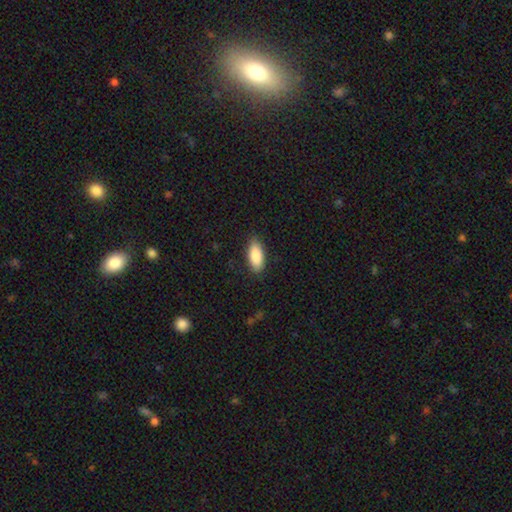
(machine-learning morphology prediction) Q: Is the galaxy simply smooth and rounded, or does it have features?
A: smooth — 87%.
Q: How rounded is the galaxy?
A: in between — 83%.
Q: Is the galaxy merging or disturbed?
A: none — 86%.